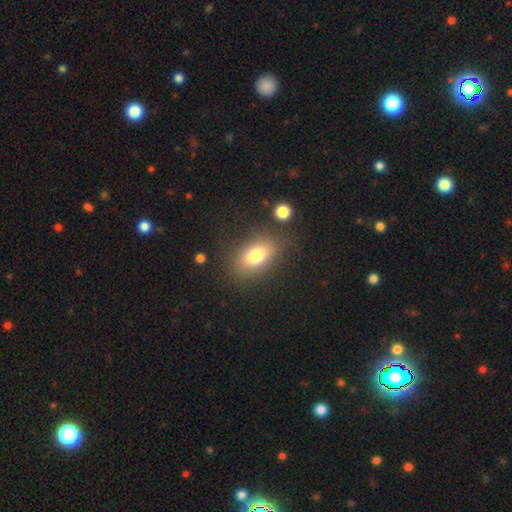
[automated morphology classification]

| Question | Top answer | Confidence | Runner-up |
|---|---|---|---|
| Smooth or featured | smooth | 78% | featured or disk (12%) |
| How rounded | in between | 85% | round (12%) |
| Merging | none | 77% | minor disturbance (13%) |